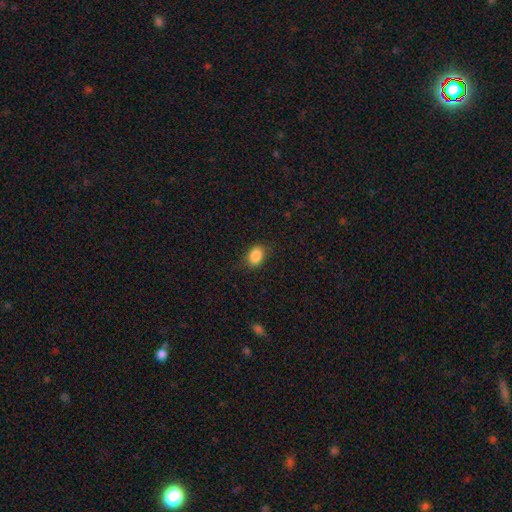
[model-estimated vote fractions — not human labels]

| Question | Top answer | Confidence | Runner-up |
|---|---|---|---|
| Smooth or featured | smooth | 87% | star or artifact (9%) |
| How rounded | in between | 74% | round (25%) |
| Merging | none | 81% | minor disturbance (14%) |